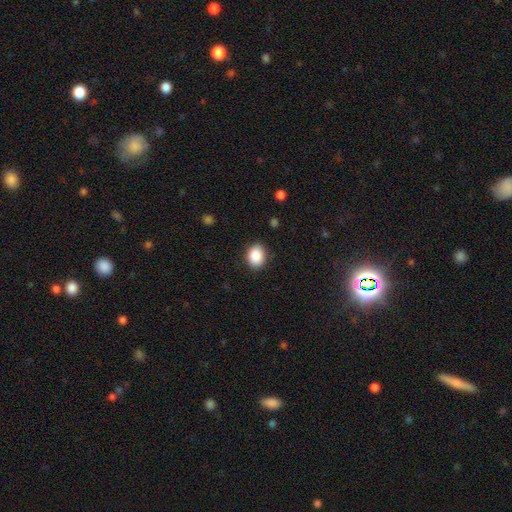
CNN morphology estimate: Smooth or featured? smooth (89%)
How rounded? in between (61%)
Merging? none (86%)